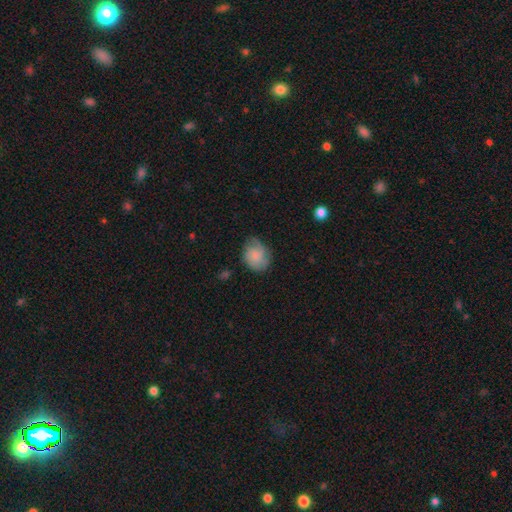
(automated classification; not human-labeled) The model was most divided on "how rounded": round: 52%, in between: 47%, cigar-shaped: 1%. More confident: smooth or featured — smooth (70%); merging — none (57%).